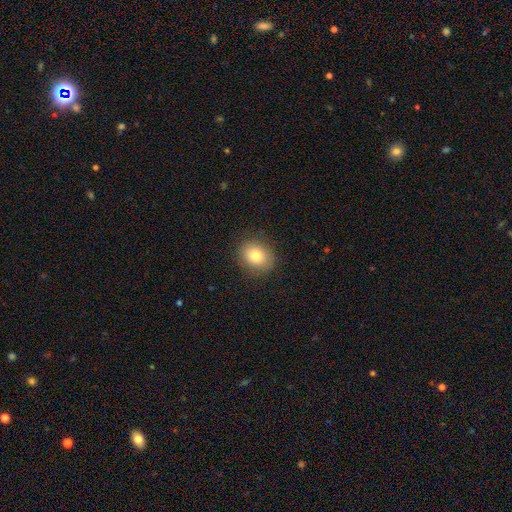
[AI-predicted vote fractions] A smooth galaxy with no disk features (79%) that is round (60%).

Vote fractions:
- Smooth or featured? smooth: 79% / featured or disk: 11% / star or artifact: 10%
- How rounded? round: 60% / in between: 39% / cigar-shaped: 1%
- Merging? none: 86% / minor disturbance: 10% / major disturbance: 3% / merger: 1%